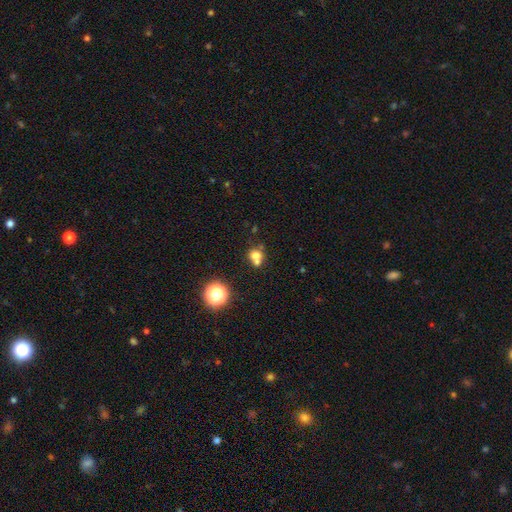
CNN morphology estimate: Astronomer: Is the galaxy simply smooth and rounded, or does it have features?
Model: smooth — 68%.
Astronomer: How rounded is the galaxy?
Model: round — 78%.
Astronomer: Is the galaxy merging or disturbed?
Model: merger — 49% (runner-up: none, 39%).